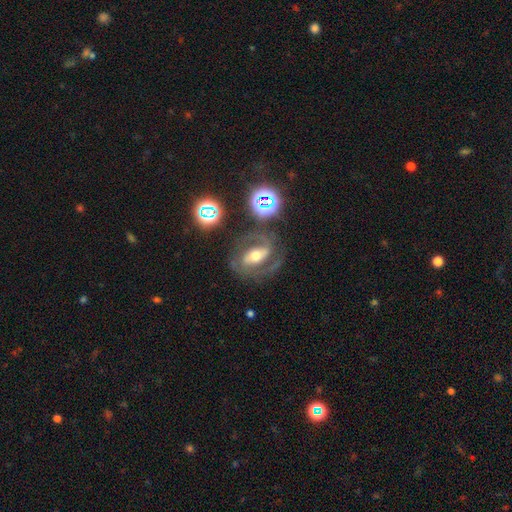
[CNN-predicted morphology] Smooth or featured: featured or disk — 78% (smooth — 11%)
Edge-on disk: no — 96% (yes — 4%)
Bar: strong — 51% (weak — 30%)
Spiral arms: yes — 90% (no — 10%)
Spiral winding: medium — 56% (tight — 28%)
Spiral arm count: 2 — 88% (can't tell — 5%)
Bulge size: moderate — 66% (small — 20%)
Merging: none — 70% (minor disturbance — 15%)